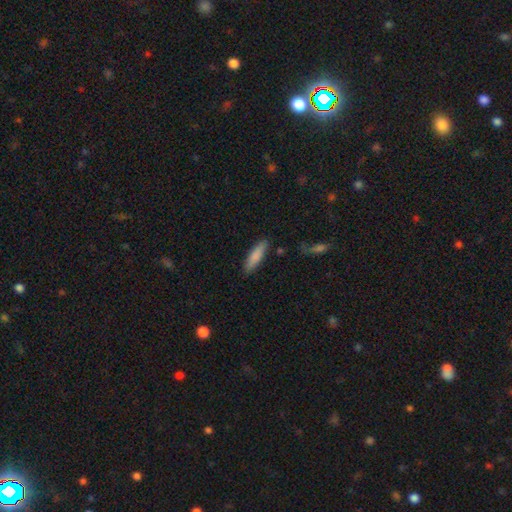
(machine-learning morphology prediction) A smooth galaxy with no disk features (83%) that is cigar-shaped (70%).

Vote fractions:
- Smooth or featured? smooth: 83% / featured or disk: 11% / star or artifact: 6%
- How rounded? cigar-shaped: 70% / in between: 28% / round: 2%
- Merging? none: 85% / minor disturbance: 10% / major disturbance: 2% / merger: 2%